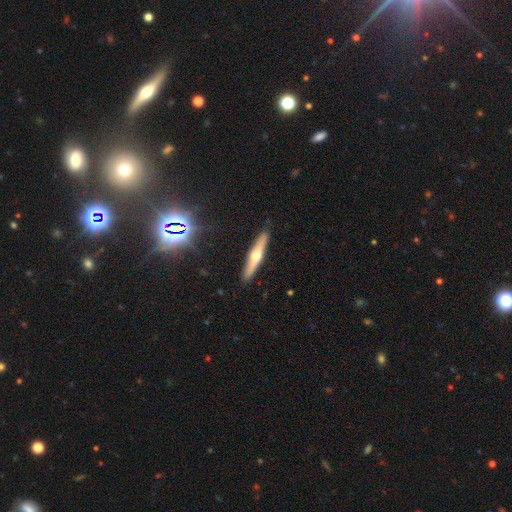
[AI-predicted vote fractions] A featured or disk galaxy (59%) viewed edge-on (95%) with a rounded central bulge (91%). Merging: none (90%).